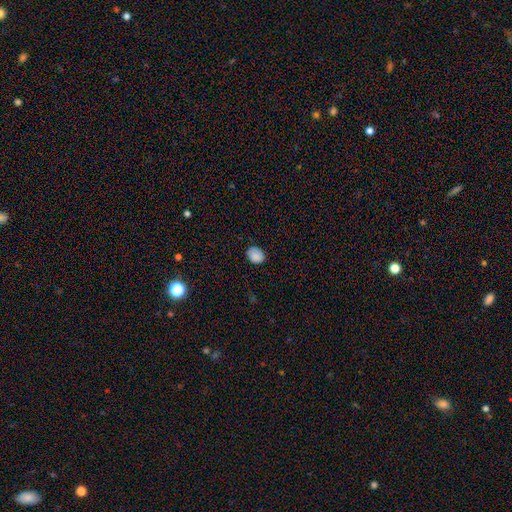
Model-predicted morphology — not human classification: Overall: smooth (87%). How rounded: in between (54%; round 45%). Merging: none (80%).